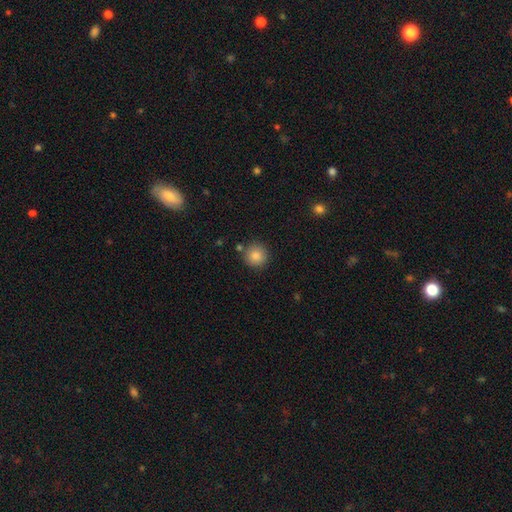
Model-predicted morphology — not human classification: smooth_or_featured: smooth (p=0.86) [alt: star or artifact p=0.09]
how_rounded: round (p=0.94) [alt: in between p=0.05]
merging: none (p=0.85) [alt: minor disturbance p=0.08]